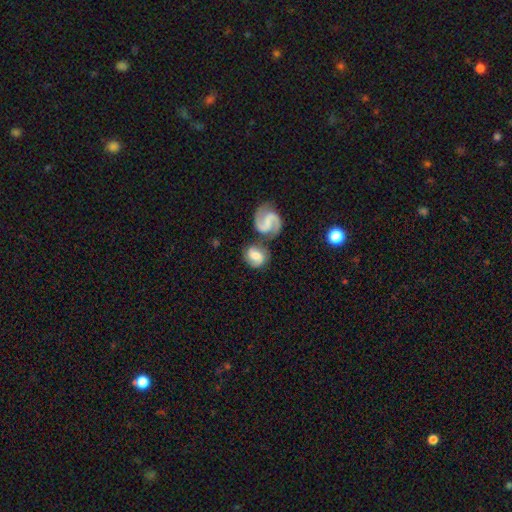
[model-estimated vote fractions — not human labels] smooth_or_featured: featured or disk (p=0.64) [alt: smooth p=0.29]
disk_edge_on: no (p=0.96) [alt: yes p=0.04]
bar: weak (p=0.45) [alt: no p=0.36]
has_spiral_arms: yes (p=0.91) [alt: no p=0.09]
spiral_winding: medium (p=0.53) [alt: loose p=0.27]
spiral_arm_count: 2 (p=0.86) [alt: 1 p=0.06]
bulge_size: moderate (p=0.38) [alt: small p=0.34]
merging: none (p=0.51) [alt: merger p=0.29]